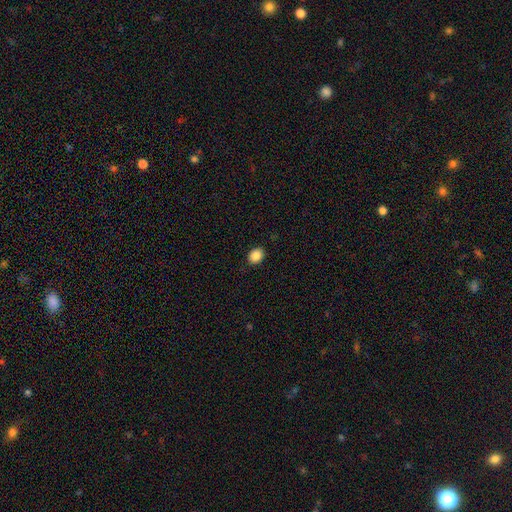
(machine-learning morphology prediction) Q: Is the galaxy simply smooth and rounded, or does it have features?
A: smooth — 87%.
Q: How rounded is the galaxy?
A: in between — 59%.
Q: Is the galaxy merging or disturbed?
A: none — 89%.